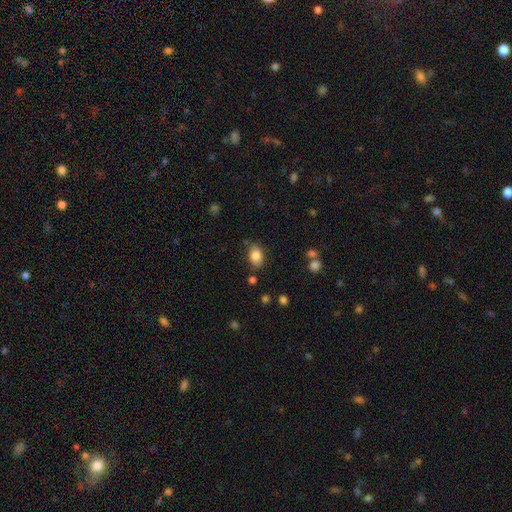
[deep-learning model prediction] Smooth or featured? Predicted: smooth (p=0.84). How rounded? Predicted: in between (p=0.81). Merging? Predicted: none (p=0.77).